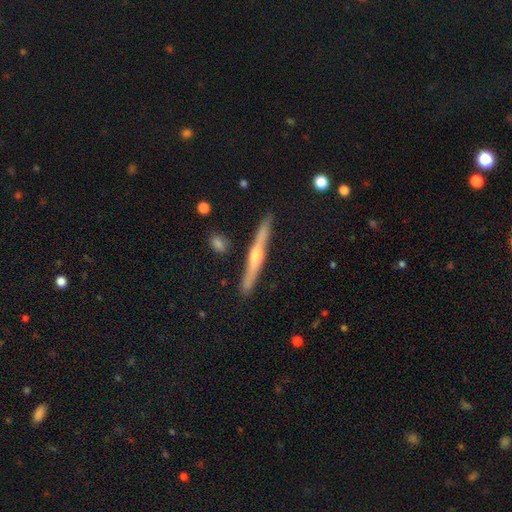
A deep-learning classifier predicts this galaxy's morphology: smooth_or_featured: featured or disk (p=0.76) [alt: smooth p=0.19]
disk_edge_on: yes (p=0.97) [alt: no p=0.03]
edge_on_bulge: rounded (p=0.86) [alt: none p=0.10]
merging: none (p=0.87) [alt: minor disturbance p=0.08]